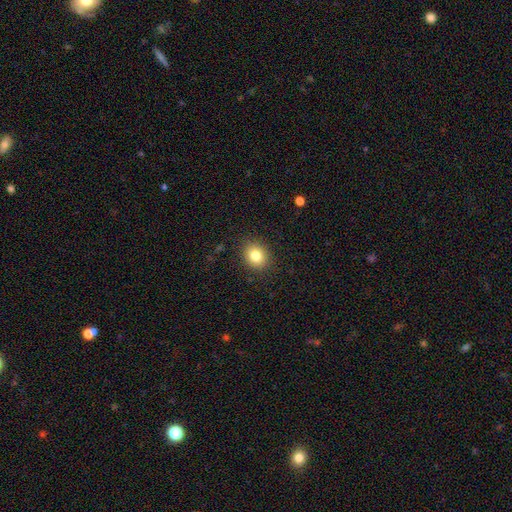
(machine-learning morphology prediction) smooth-or-featured: smooth: 81% | star or artifact: 11% | featured or disk: 8%
  how-rounded: round: 69% | in between: 30% | cigar-shaped: 1%
  merging: none: 89% | minor disturbance: 8% | major disturbance: 2% | merger: 1%